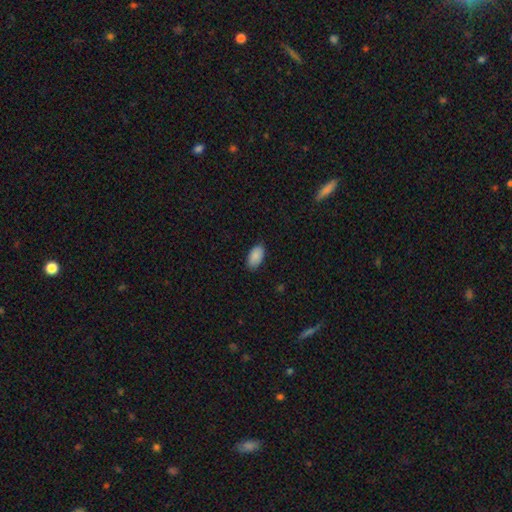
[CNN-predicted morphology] Smooth or featured?
  - smooth: 90% *
  - star or artifact: 6%
  - featured or disk: 4%
How rounded?
  - in between: 95% *
  - round: 3%
  - cigar-shaped: 2%
Merging?
  - none: 86% *
  - minor disturbance: 11%
  - major disturbance: 2%
  - merger: 1%